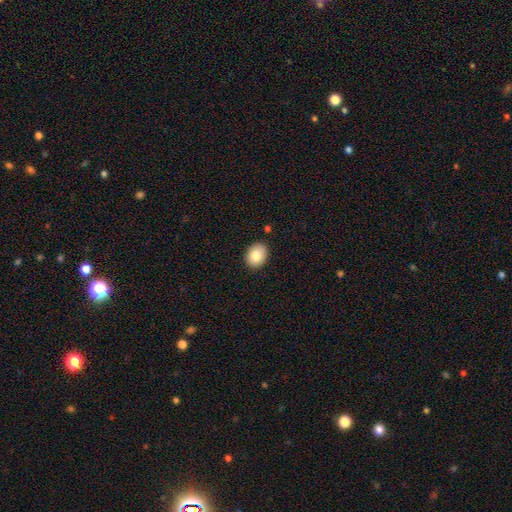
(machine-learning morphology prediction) A smooth galaxy with no disk features (82%) that is in between round and cigar-shaped (63%).

Vote fractions:
- Smooth or featured? smooth: 82% / featured or disk: 10% / star or artifact: 8%
- How rounded? in between: 63% / round: 37% / cigar-shaped: 1%
- Merging? none: 88% / minor disturbance: 9% / major disturbance: 2% / merger: 1%